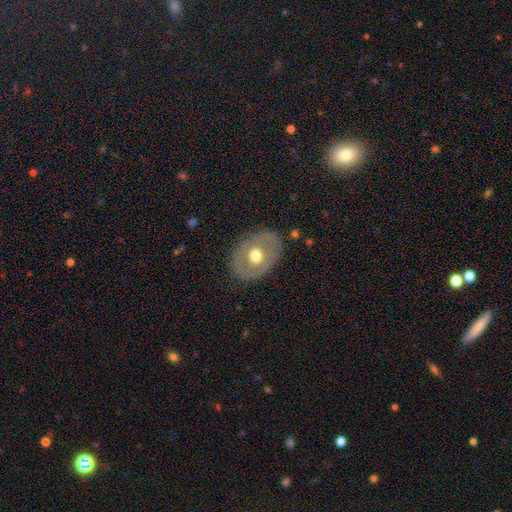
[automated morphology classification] smooth_or_featured: smooth (p=0.50) [alt: featured or disk p=0.44]
merging: none (p=0.81) [alt: minor disturbance p=0.13]